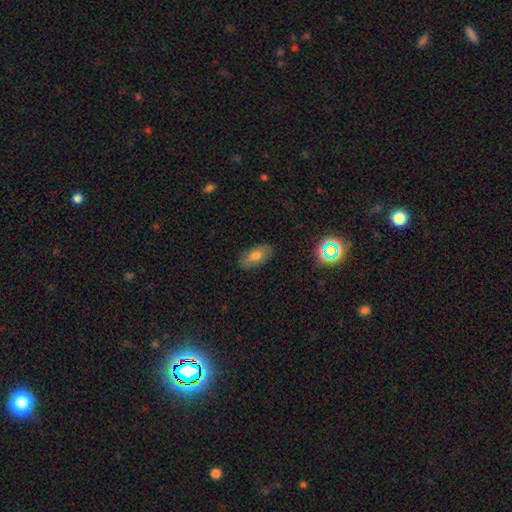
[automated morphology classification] smooth_or_featured: smooth (p=0.70) [alt: featured or disk p=0.19]
how_rounded: in between (p=0.90) [alt: cigar-shaped p=0.06]
merging: none (p=0.86) [alt: minor disturbance p=0.11]